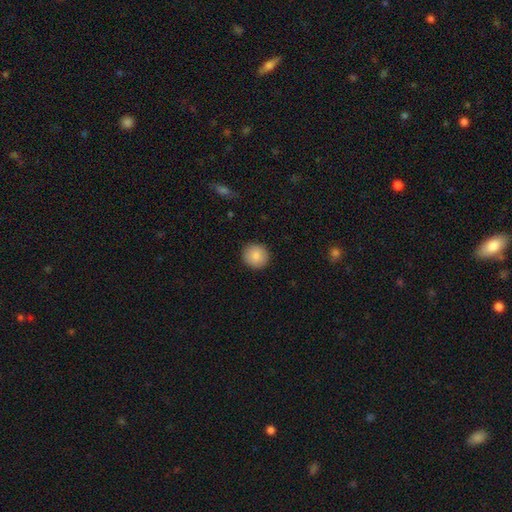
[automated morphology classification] smooth_or_featured: smooth (p=0.86) [alt: star or artifact p=0.08]
how_rounded: round (p=0.92) [alt: in between p=0.07]
merging: none (p=0.92) [alt: minor disturbance p=0.06]